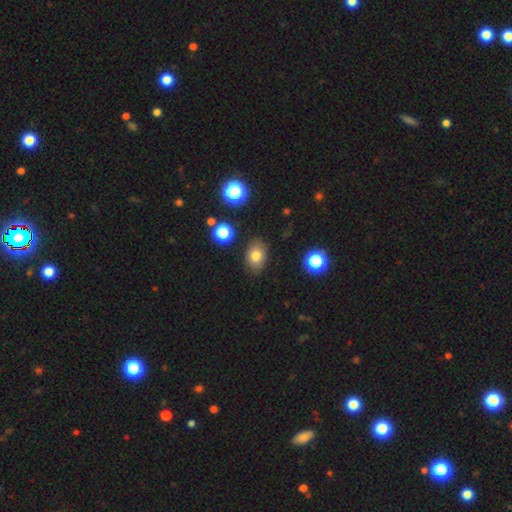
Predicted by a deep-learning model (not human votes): smooth 78%, star or artifact 12%, featured or disk 10%. Down the decision tree: how rounded — in between (73%); merging — none (86%).